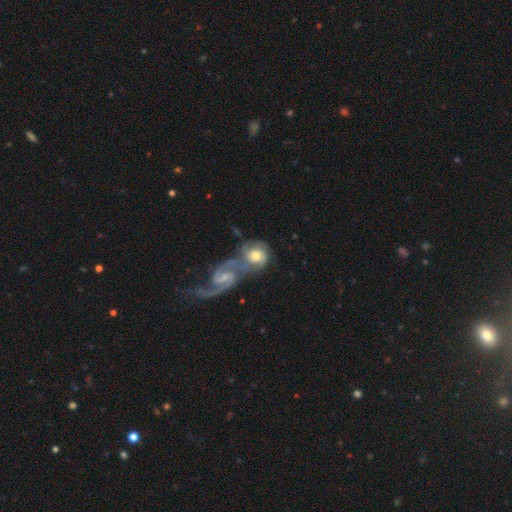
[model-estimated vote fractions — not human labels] featured or disk 70%, smooth 24%, star or artifact 5%. Down the decision tree: edge-on disk — no (96%); bar — no (55%); spiral arms — yes (91%); spiral arm count — 2 (79%); spiral winding — medium (47%); bulge size — moderate (48%); merging — merger (73%).